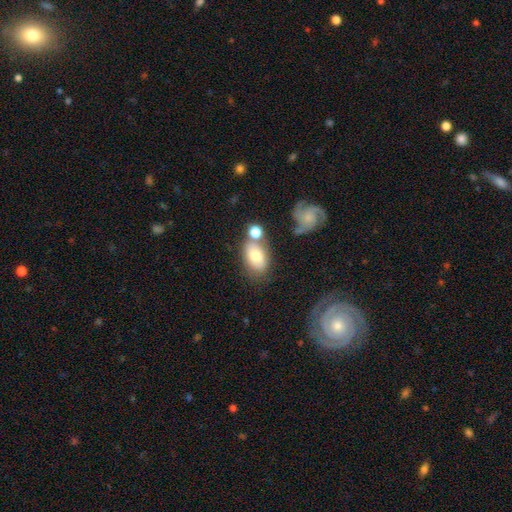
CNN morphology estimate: The model was most divided on "merging": none: 48%, merger: 26%, minor disturbance: 18%, major disturbance: 8%. More confident: how rounded — in between (88%); smooth or featured — smooth (72%).